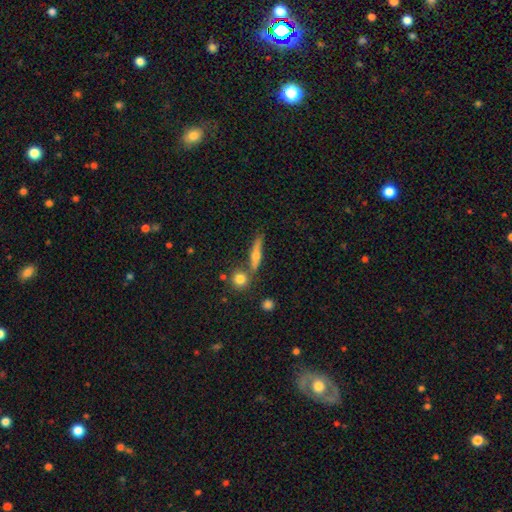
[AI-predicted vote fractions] This appears to be a smooth galaxy with no disk features (46%). Merging: none (68%).